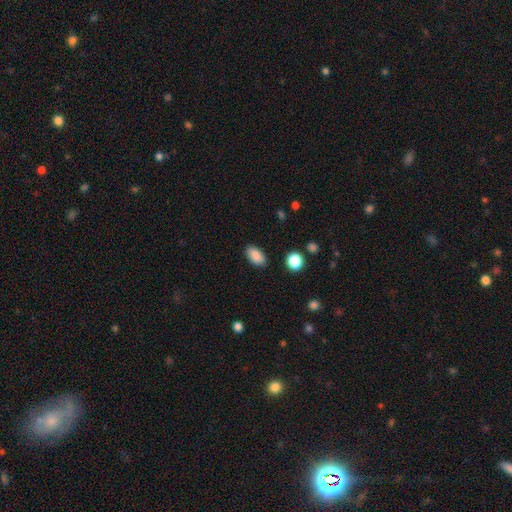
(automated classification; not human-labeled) smooth-or-featured: smooth: 87% | star or artifact: 8% | featured or disk: 5%
  how-rounded: in between: 92% | round: 5% | cigar-shaped: 2%
  merging: none: 86% | minor disturbance: 10% | major disturbance: 2% | merger: 2%